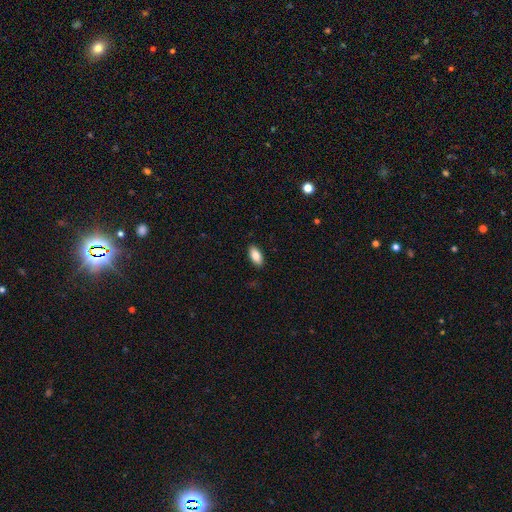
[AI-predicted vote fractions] smooth 85%, featured or disk 8%, star or artifact 7%. Down the decision tree: how rounded — in between (91%); merging — none (89%).